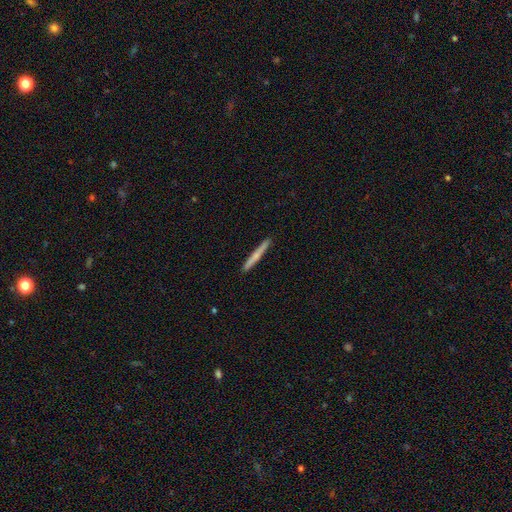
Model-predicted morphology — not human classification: A smooth galaxy with no disk features (54%) that is cigar-shaped (97%).

Vote fractions:
- Smooth or featured? smooth: 54% / featured or disk: 40% / star or artifact: 6%
- How rounded? cigar-shaped: 97% / in between: 2% / round: 1%
- Merging? none: 92% / minor disturbance: 6% / major disturbance: 1% / merger: 1%